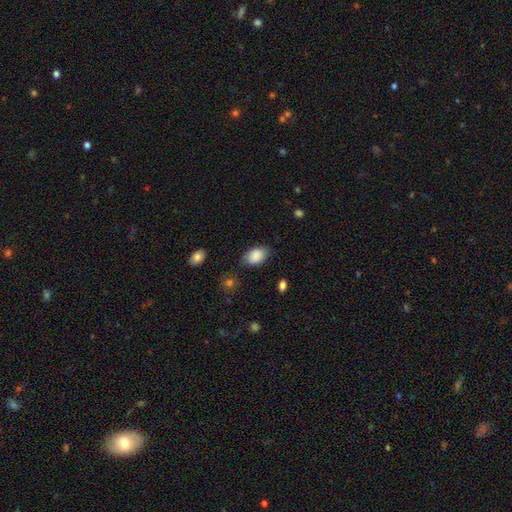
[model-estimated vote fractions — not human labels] smooth_or_featured: smooth (p=0.87) [alt: star or artifact p=0.07]
how_rounded: in between (p=0.89) [alt: round p=0.10]
merging: none (p=0.76) [alt: minor disturbance p=0.17]